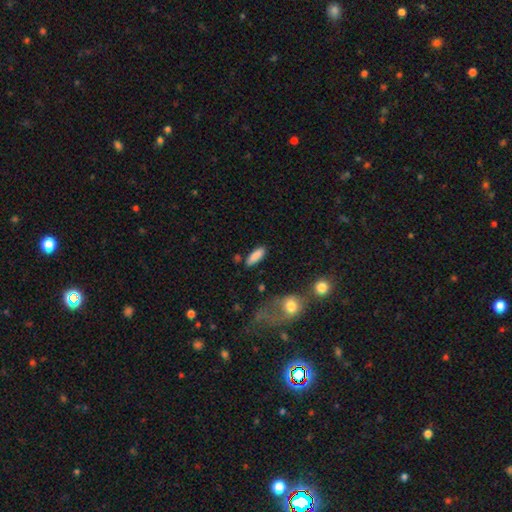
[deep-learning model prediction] smooth-or-featured: smooth: 87% | featured or disk: 7% | star or artifact: 7%
  how-rounded: in between: 58% | cigar-shaped: 40% | round: 2%
  merging: none: 81% | minor disturbance: 12% | merger: 4% | major disturbance: 3%